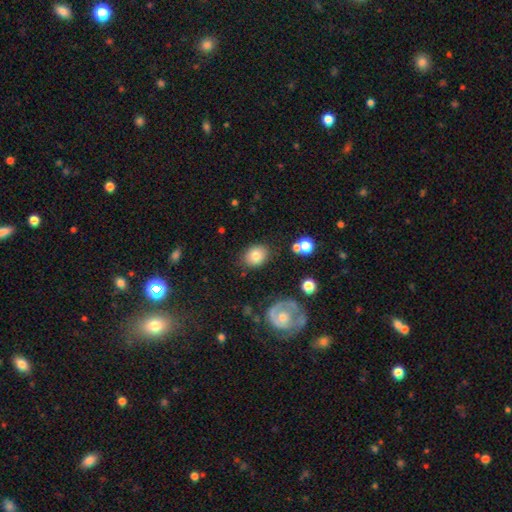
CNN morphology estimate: Overall: smooth (79%). How rounded: in between (51%; round 48%). Merging: none (81%).